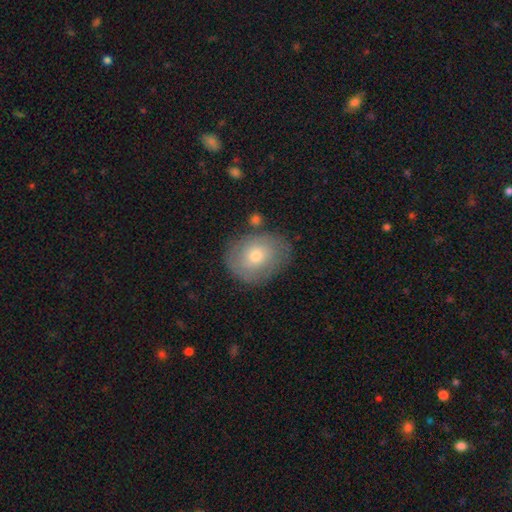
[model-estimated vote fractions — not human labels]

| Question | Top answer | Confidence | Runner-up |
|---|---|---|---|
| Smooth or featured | smooth | 58% | featured or disk (34%) |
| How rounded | round | 56% | in between (43%) |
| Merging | none | 73% | minor disturbance (18%) |